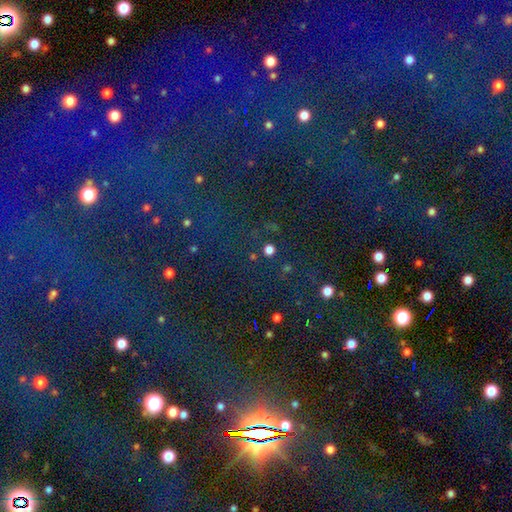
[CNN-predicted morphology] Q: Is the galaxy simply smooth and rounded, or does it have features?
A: star or artifact — 84%.